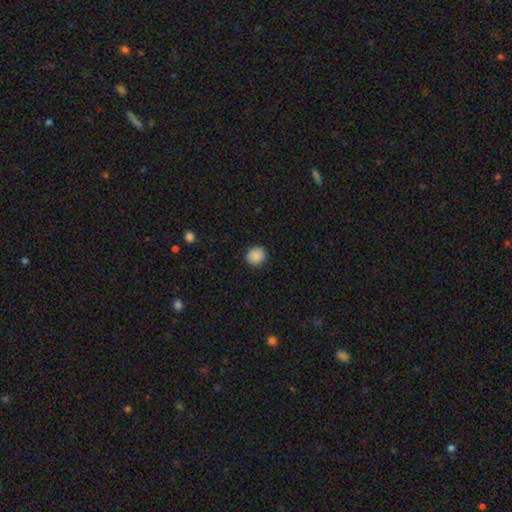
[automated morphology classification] Smooth or featured? smooth (88%)
How rounded? round (84%)
Merging? none (90%)